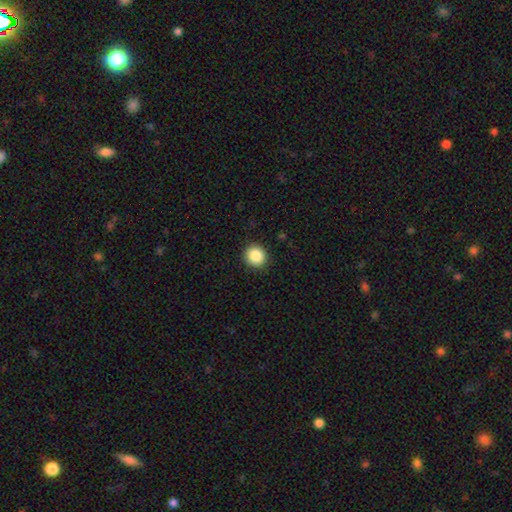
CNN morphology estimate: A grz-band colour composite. It shows a smooth galaxy with no disk features (88%) that is round (90%). Merging: none (91%).